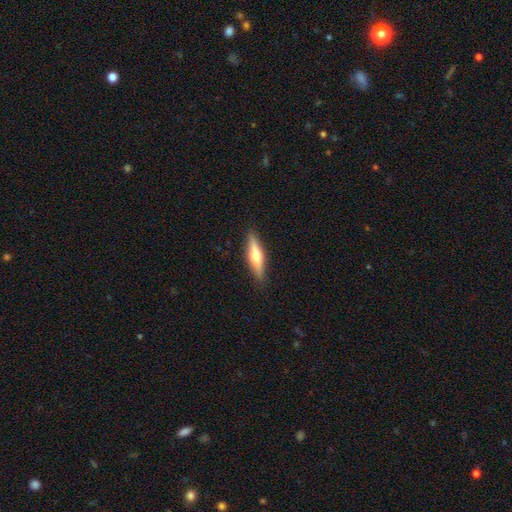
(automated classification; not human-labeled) A featured or disk galaxy (49%). Merging: none (89%).